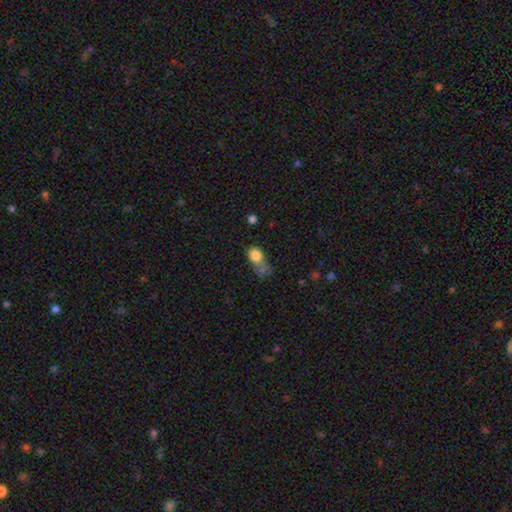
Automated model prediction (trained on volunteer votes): smooth_or_featured: smooth (p=0.79) [alt: featured or disk p=0.11]
how_rounded: in between (p=0.50) [alt: round p=0.48]
merging: major disturbance (p=0.27) [alt: merger p=0.26]